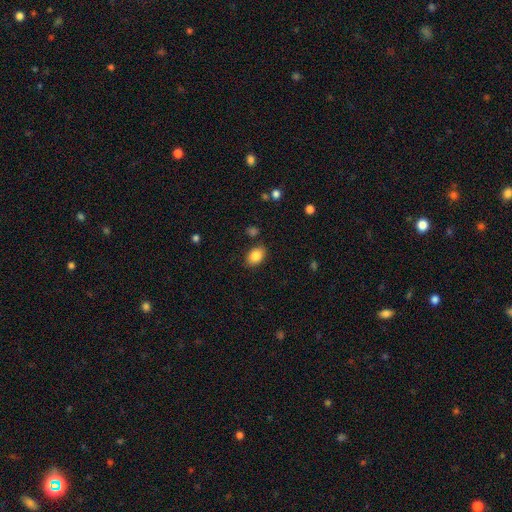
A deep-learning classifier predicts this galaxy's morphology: A smooth galaxy with no disk features (86%) that is in between round and cigar-shaped (83%).

Vote fractions:
- Smooth or featured? smooth: 86% / star or artifact: 8% / featured or disk: 6%
- How rounded? in between: 83% / round: 15% / cigar-shaped: 1%
- Merging? none: 83% / minor disturbance: 11% / major disturbance: 3% / merger: 3%